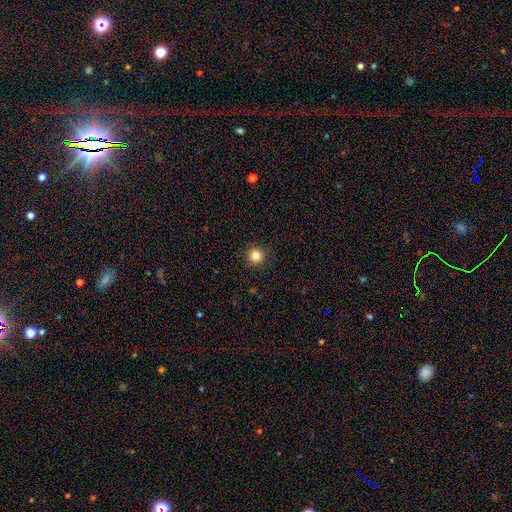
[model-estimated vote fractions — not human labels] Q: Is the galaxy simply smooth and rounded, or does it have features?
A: smooth — 84%.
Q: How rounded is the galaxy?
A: round — 95%.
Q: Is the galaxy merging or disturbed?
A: none — 91%.